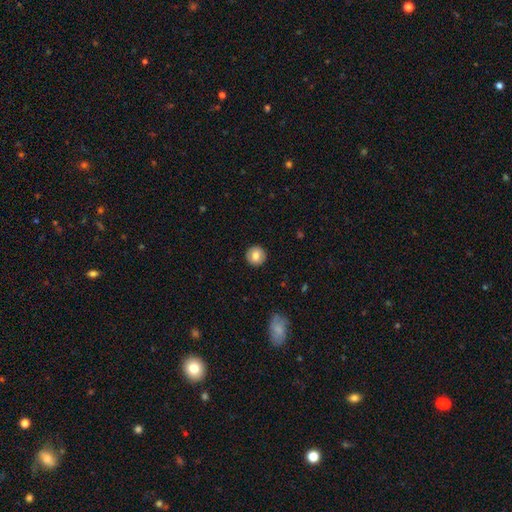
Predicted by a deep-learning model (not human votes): Smooth or featured? Predicted: smooth (p=0.79). How rounded? Predicted: round (p=0.94). Merging? Predicted: none (p=0.91).